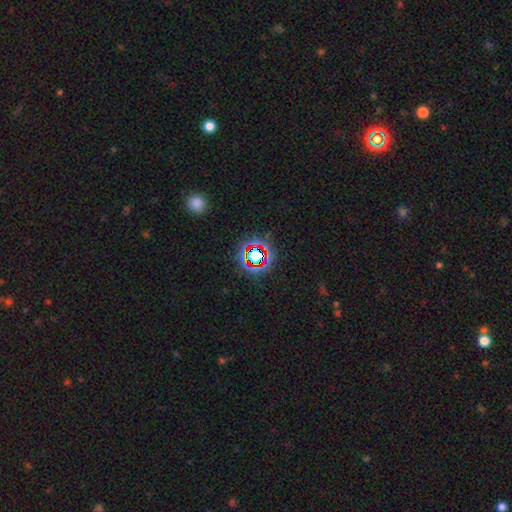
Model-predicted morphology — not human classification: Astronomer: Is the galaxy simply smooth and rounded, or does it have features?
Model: star or artifact — 68%.